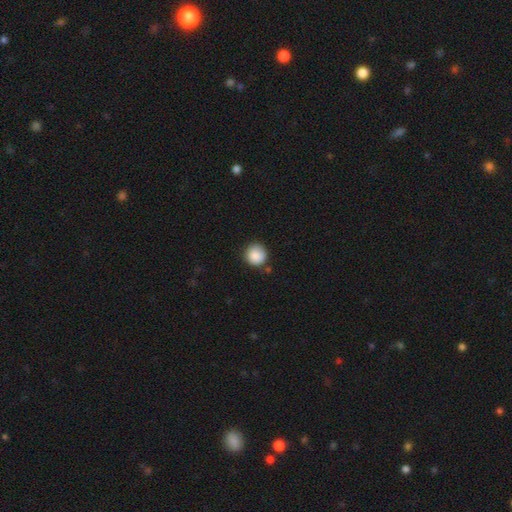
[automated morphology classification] Smooth or featured? smooth (88%)
How rounded? round (93%)
Merging? none (80%)